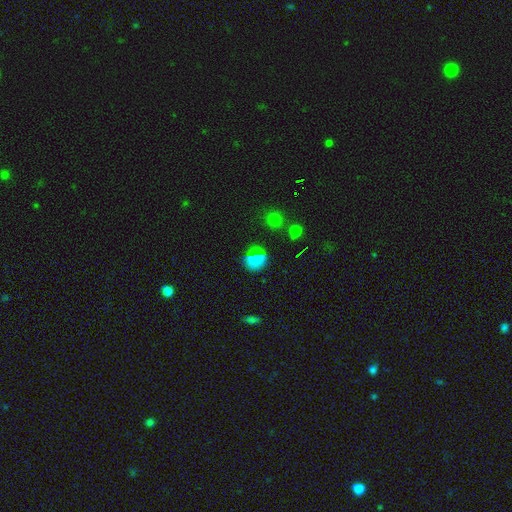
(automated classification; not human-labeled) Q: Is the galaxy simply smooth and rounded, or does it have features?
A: smooth — 70%.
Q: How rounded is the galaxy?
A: round — 84%.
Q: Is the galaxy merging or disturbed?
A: none — 84%.